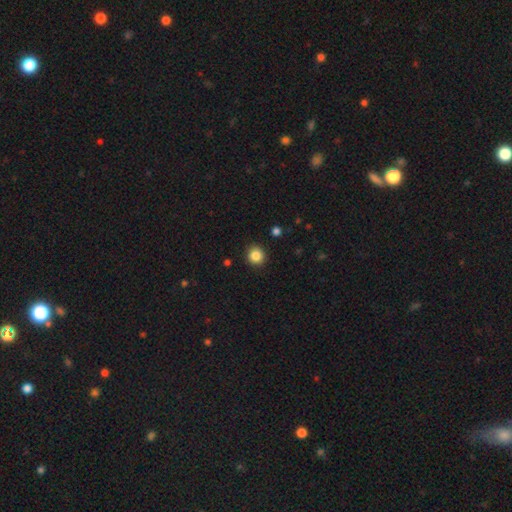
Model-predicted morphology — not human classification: smooth 85%, star or artifact 11%, featured or disk 4%. Down the decision tree: how rounded — round (92%); merging — none (91%).